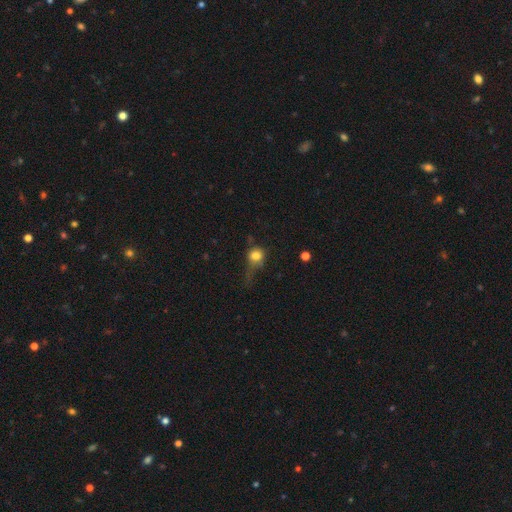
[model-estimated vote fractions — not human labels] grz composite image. It shows a smooth galaxy with no disk features (77%) that is round (73%). Merging: major disturbance (34%).